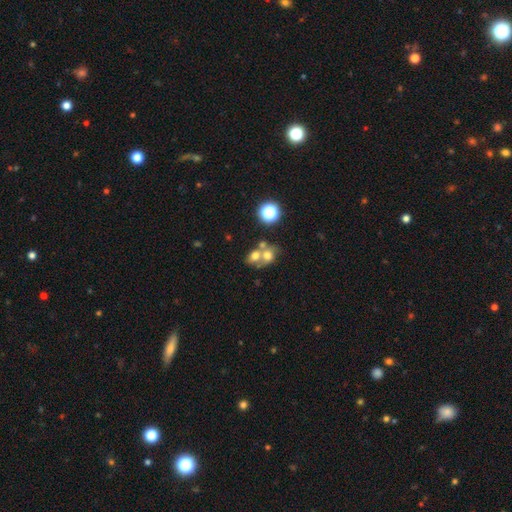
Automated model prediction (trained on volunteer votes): This appears to be a smooth galaxy with no disk features (64%) that is round (58%). Merging: merger (59%).